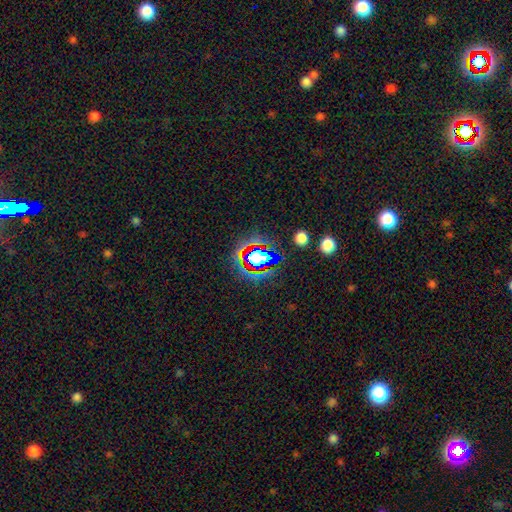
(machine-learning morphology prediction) Smooth or featured? star or artifact (58%)